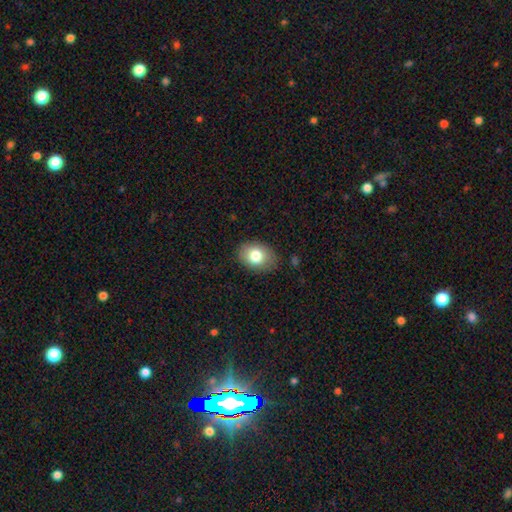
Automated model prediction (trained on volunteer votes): Q: Smooth or featured?
A: smooth (79%); runner-up: featured or disk (12%)
Q: How rounded?
A: in between (72%); runner-up: round (27%)
Q: Merging?
A: none (84%); runner-up: minor disturbance (12%)